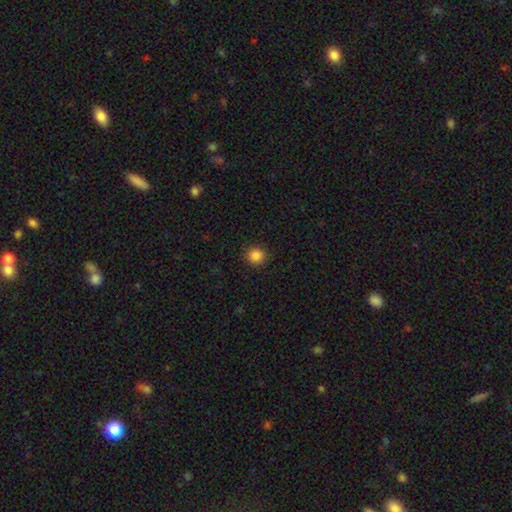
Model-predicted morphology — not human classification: This appears to be a smooth galaxy with no disk features (86%) that is round (93%). Merging: none (91%).